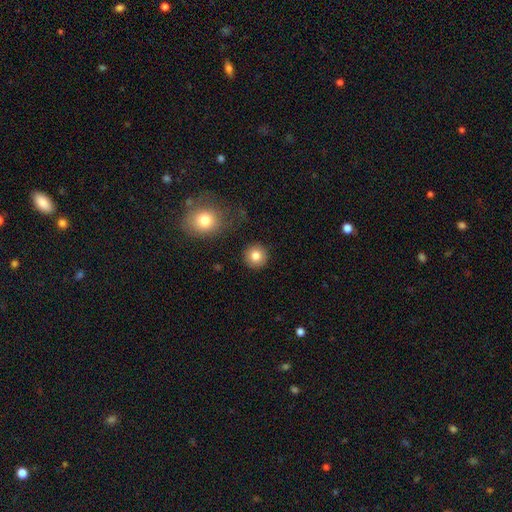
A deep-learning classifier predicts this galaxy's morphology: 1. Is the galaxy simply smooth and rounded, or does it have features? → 83% smooth, 10% star or artifact, 8% featured or disk.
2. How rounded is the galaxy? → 95% round, 5% in between, 1% cigar-shaped.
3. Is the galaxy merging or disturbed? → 90% none, 6% minor disturbance, 2% major disturbance, 2% merger.